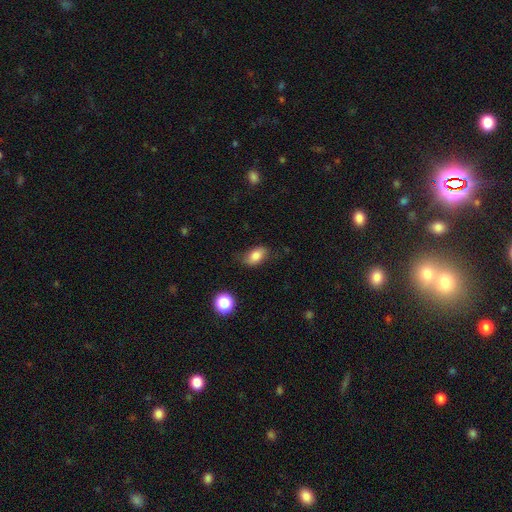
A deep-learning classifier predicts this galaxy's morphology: Smooth or featured: smooth — 80% (featured or disk — 11%)
How rounded: in between — 88% (round — 10%)
Merging: none — 71% (minor disturbance — 22%)